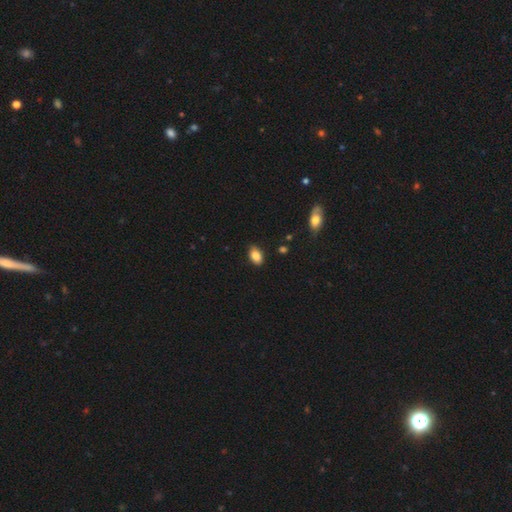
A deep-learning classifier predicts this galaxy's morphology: smooth-or-featured: smooth: 86% | star or artifact: 8% | featured or disk: 6%
  how-rounded: in between: 88% | round: 10% | cigar-shaped: 2%
  merging: none: 84% | minor disturbance: 13% | major disturbance: 2% | merger: 1%